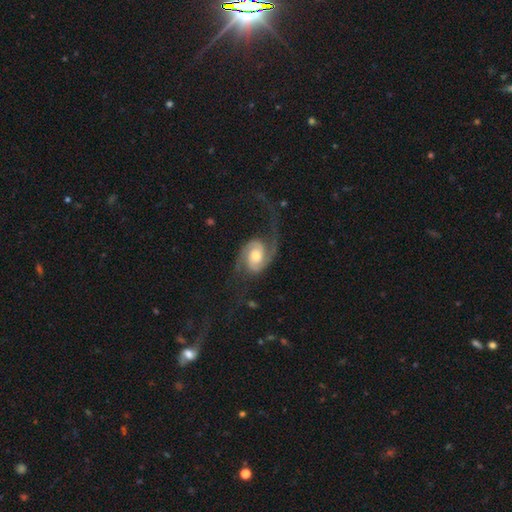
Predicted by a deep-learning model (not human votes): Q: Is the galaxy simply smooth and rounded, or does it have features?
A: featured or disk — 87%.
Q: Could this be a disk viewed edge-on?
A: no — 97%.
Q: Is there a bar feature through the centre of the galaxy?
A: no — 58%.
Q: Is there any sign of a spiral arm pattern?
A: yes — 97%.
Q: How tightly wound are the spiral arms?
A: loose — 43%.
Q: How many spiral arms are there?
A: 2 — 90%.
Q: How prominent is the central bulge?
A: moderate — 60%.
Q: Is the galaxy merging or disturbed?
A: none — 54%.